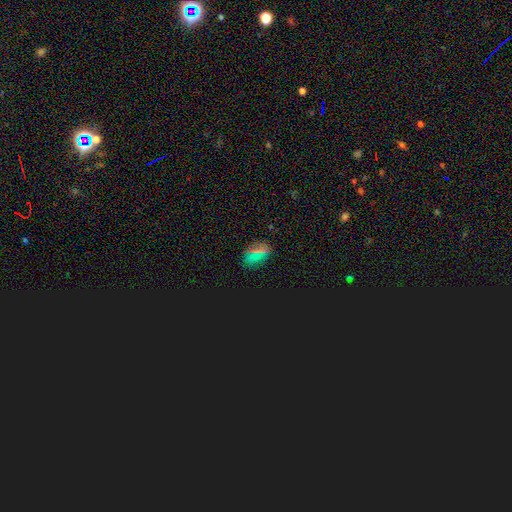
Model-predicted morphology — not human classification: This appears to be a smooth galaxy with no disk features (48%). Merging: none (83%).